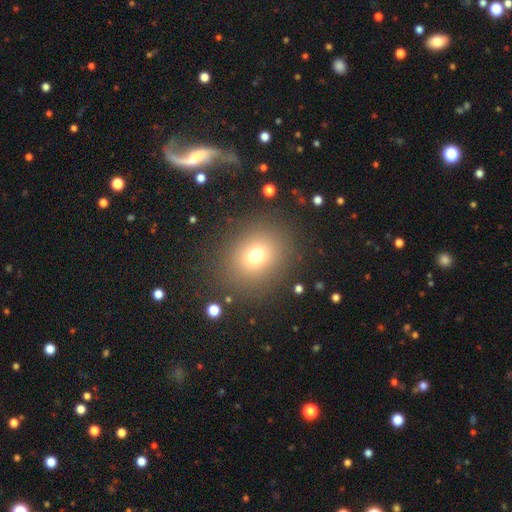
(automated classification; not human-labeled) Smooth or featured?
  - smooth: 71% *
  - star or artifact: 18%
  - featured or disk: 11%
How rounded?
  - round: 70% *
  - in between: 30%
  - cigar-shaped: 1%
Merging?
  - none: 85% *
  - minor disturbance: 8%
  - major disturbance: 5%
  - merger: 2%